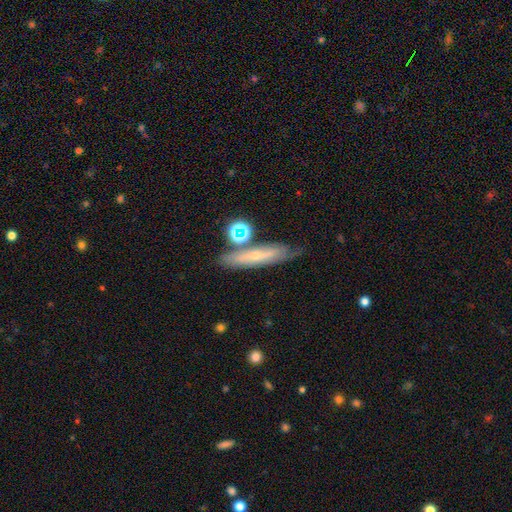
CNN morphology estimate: Smooth or featured: featured or disk — 46% (smooth — 42%)
Merging: none — 62% (minor disturbance — 20%)